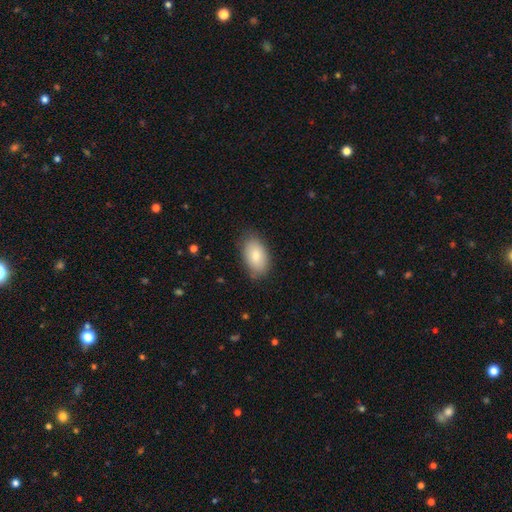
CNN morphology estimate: Smooth or featured: smooth — 81% (featured or disk — 12%)
How rounded: in between — 93% (round — 6%)
Merging: none — 82% (minor disturbance — 14%)